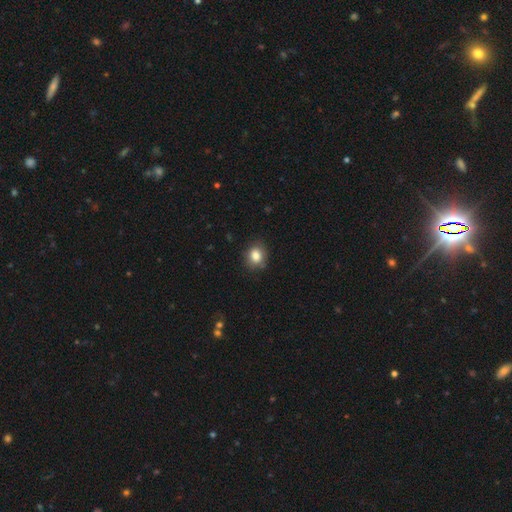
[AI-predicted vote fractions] Morphology: type=smooth (83%); roundness=round (62%); merging=none (83%).